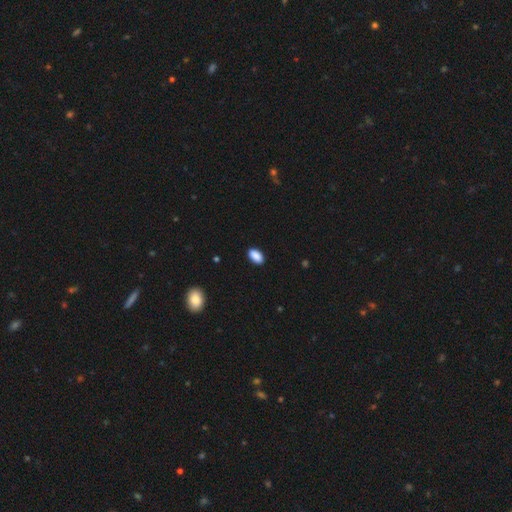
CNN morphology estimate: The model was most divided on "merging": none: 88%, minor disturbance: 9%, major disturbance: 2%, merger: 1%. More confident: how rounded — in between (93%); smooth or featured — smooth (89%).